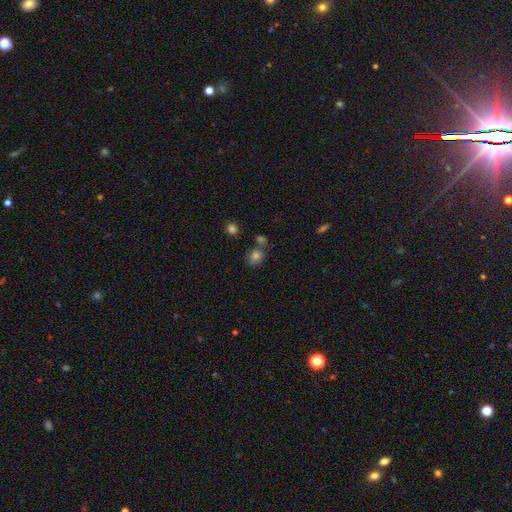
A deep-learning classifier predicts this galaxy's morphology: This appears to be a smooth galaxy with no disk features (75%) that is round (63%). Merging: none (59%).